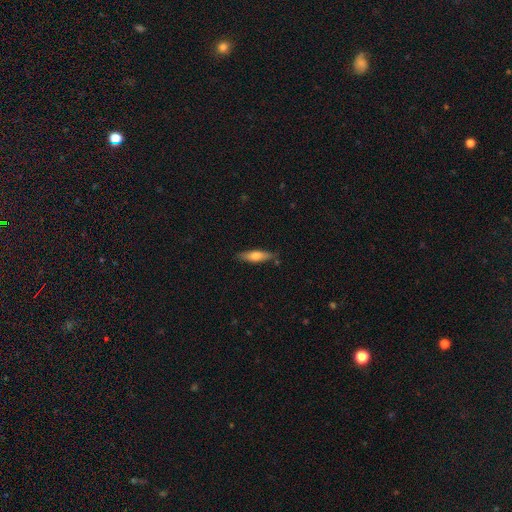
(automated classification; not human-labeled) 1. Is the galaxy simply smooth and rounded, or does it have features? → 66% smooth, 28% featured or disk, 6% star or artifact.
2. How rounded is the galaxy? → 64% cigar-shaped, 34% in between, 2% round.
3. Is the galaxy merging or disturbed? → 81% none, 14% minor disturbance, 3% major disturbance, 2% merger.